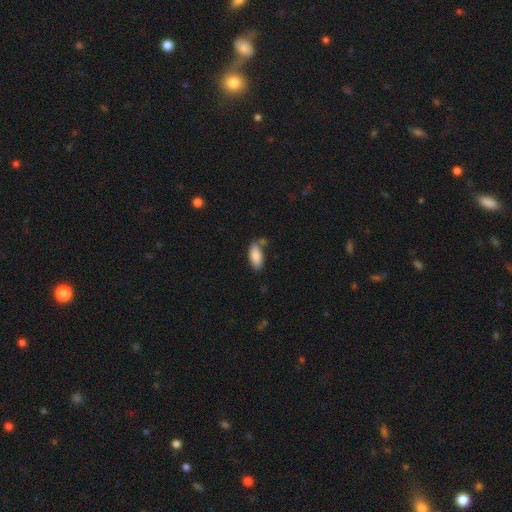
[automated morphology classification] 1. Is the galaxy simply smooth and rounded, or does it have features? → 87% smooth, 7% star or artifact, 6% featured or disk.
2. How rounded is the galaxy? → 90% in between, 8% cigar-shaped, 2% round.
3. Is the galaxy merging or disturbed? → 63% none, 19% minor disturbance, 12% merger, 5% major disturbance.